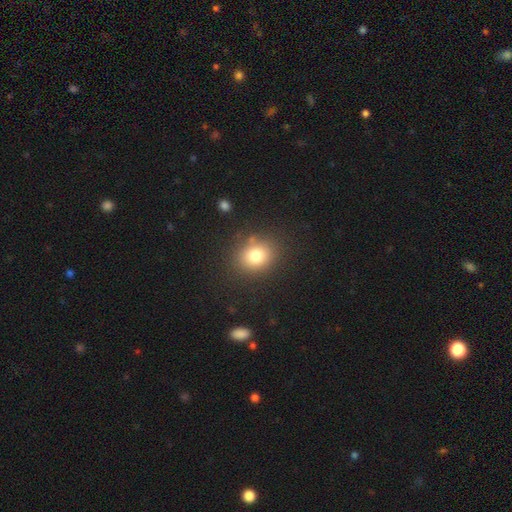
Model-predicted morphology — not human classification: A smooth galaxy with no disk features (78%) that is round (69%).

Vote fractions:
- Smooth or featured? smooth: 78% / star or artifact: 13% / featured or disk: 9%
- How rounded? round: 69% / in between: 30% / cigar-shaped: 1%
- Merging? none: 83% / minor disturbance: 10% / major disturbance: 4% / merger: 3%